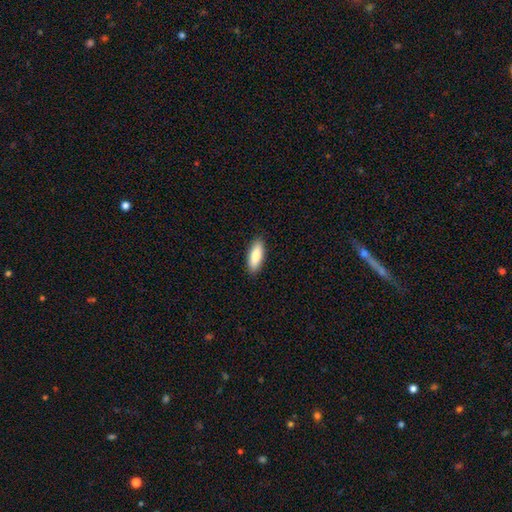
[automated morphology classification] The model was most divided on "how rounded": in between: 63%, cigar-shaped: 35%, round: 2%. More confident: merging — none (89%); smooth or featured — smooth (86%).